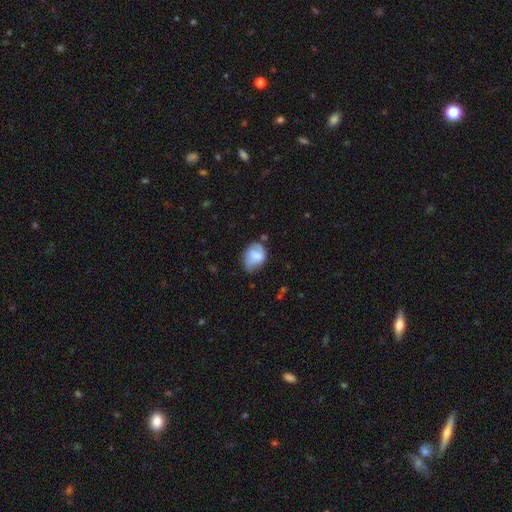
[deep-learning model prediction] This appears to be a smooth galaxy with no disk features (59%) that is in between round and cigar-shaped (67%). Merging: none (45%).